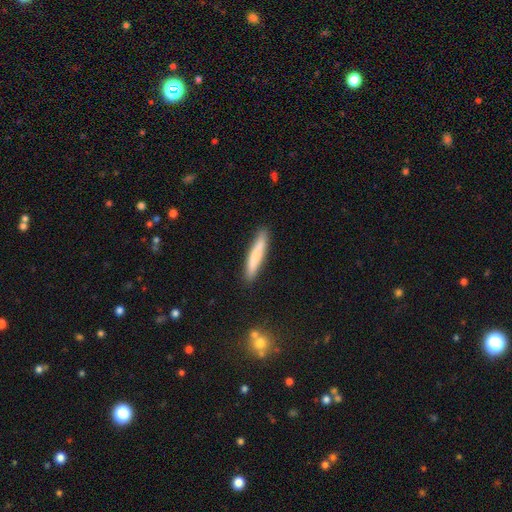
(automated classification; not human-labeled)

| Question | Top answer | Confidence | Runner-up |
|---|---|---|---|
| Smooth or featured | smooth | 72% | featured or disk (22%) |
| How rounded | cigar-shaped | 91% | in between (7%) |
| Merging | none | 88% | minor disturbance (9%) |